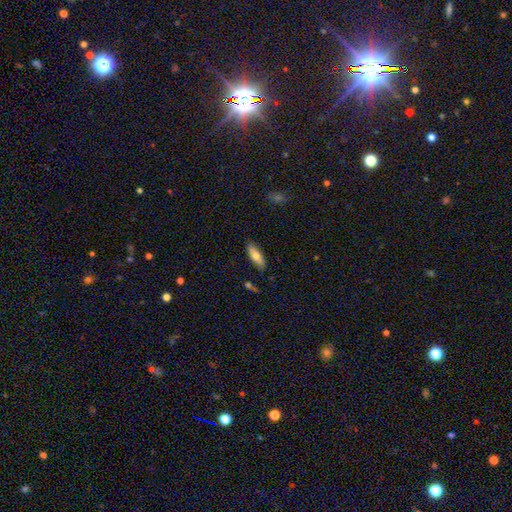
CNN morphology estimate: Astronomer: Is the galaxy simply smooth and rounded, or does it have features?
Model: smooth — 71%.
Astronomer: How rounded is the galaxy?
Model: in between — 55% (runner-up: cigar-shaped, 43%).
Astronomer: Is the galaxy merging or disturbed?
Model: none — 84%.